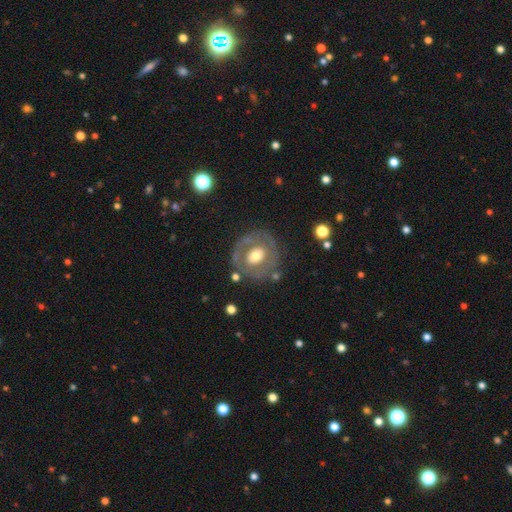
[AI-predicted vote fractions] Smooth or featured? Predicted: featured or disk (p=0.54). Edge-on disk? Predicted: no (p=0.95). Bar? Predicted: no (p=0.75). Spiral arms? Predicted: no (p=0.80). Bulge size? Predicted: moderate (p=0.64). Merging? Predicted: none (p=0.72).